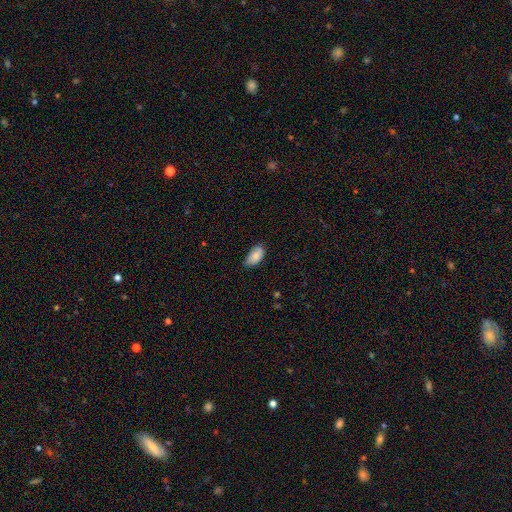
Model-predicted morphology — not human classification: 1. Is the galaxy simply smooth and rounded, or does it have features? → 85% smooth, 9% featured or disk, 7% star or artifact.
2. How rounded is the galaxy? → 94% in between, 4% round, 2% cigar-shaped.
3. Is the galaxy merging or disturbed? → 71% none, 25% minor disturbance, 3% major disturbance, 1% merger.